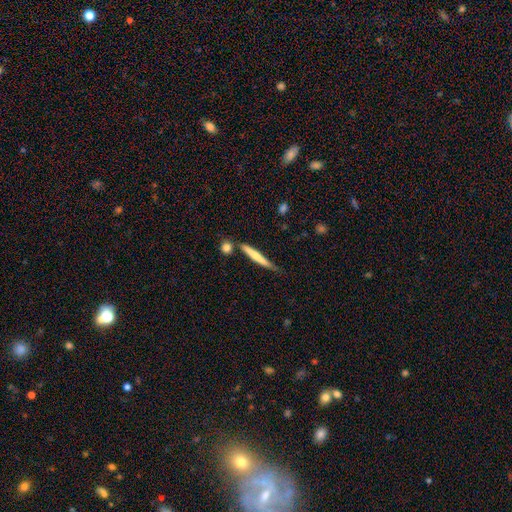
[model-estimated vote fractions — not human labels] smooth-or-featured: smooth: 62% | featured or disk: 33% | star or artifact: 6%
  how-rounded: cigar-shaped: 95% | in between: 4% | round: 2%
  merging: none: 68% | minor disturbance: 20% | merger: 8% | major disturbance: 5%